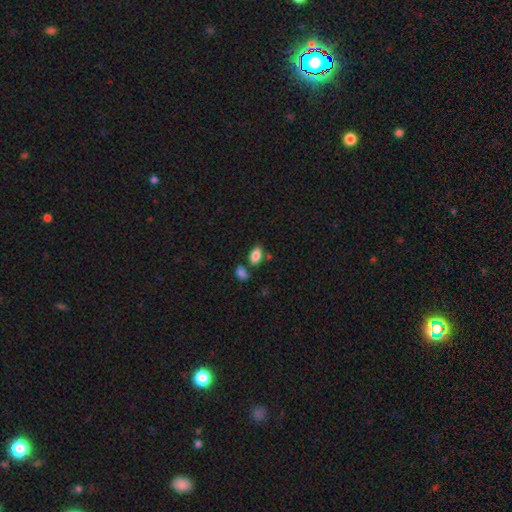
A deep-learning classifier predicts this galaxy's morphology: A smooth galaxy with no disk features (85%) that is in between round and cigar-shaped (91%).

Vote fractions:
- Smooth or featured? smooth: 85% / star or artifact: 8% / featured or disk: 7%
- How rounded? in between: 91% / round: 6% / cigar-shaped: 3%
- Merging? none: 68% / merger: 15% / minor disturbance: 13% / major disturbance: 4%